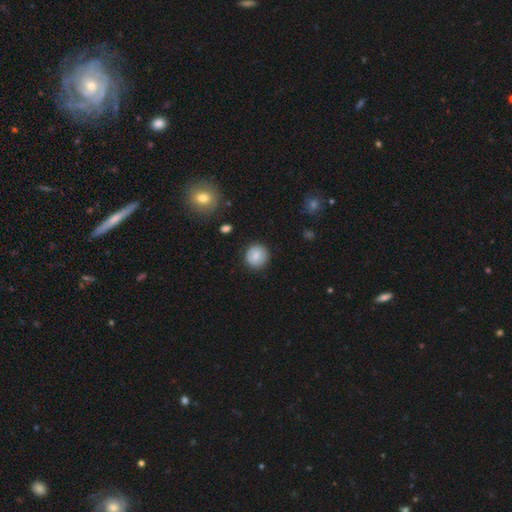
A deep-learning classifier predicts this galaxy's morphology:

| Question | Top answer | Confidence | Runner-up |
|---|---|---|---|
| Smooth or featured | smooth | 79% | featured or disk (13%) |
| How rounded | round | 91% | in between (8%) |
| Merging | none | 87% | minor disturbance (9%) |